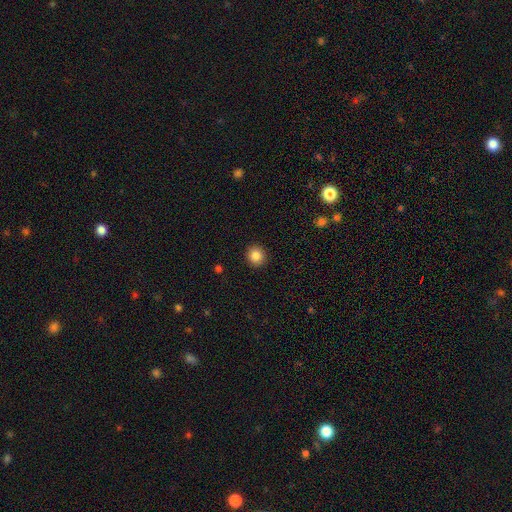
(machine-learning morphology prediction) This is clearly a smooth galaxy (85%). How rounded: clearly round (90%). Merging: clearly none (92%).